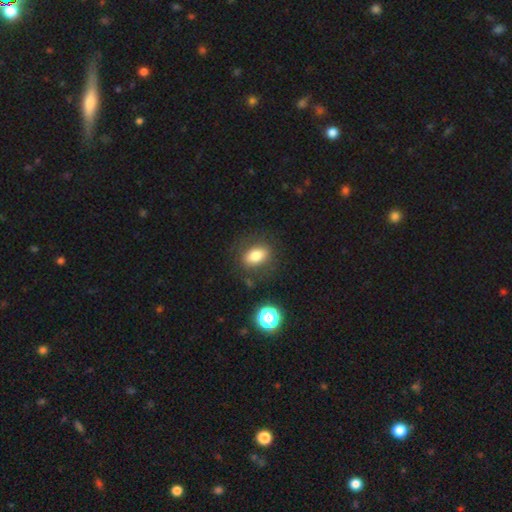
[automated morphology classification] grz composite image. It shows a smooth galaxy with no disk features (78%) that is in between round and cigar-shaped (79%). Merging: none (80%).